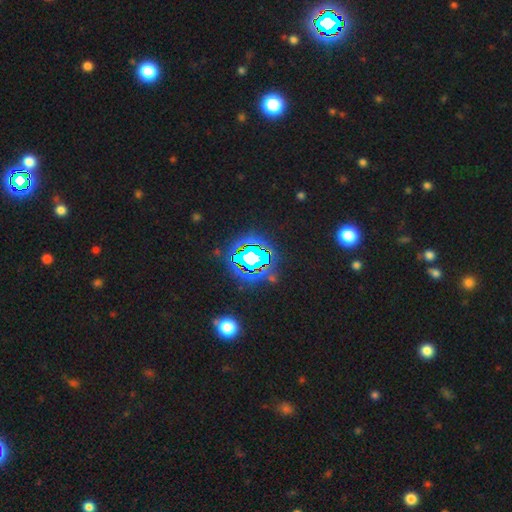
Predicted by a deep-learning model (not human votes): The model was most divided on "smooth or featured": star or artifact: 80%, smooth: 12%, featured or disk: 8%.